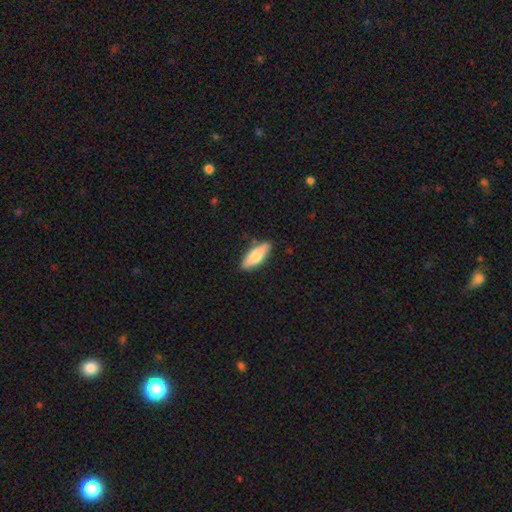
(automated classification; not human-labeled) A smooth galaxy with no disk features (72%) that is in between round and cigar-shaped (63%). Merging: none (85%).